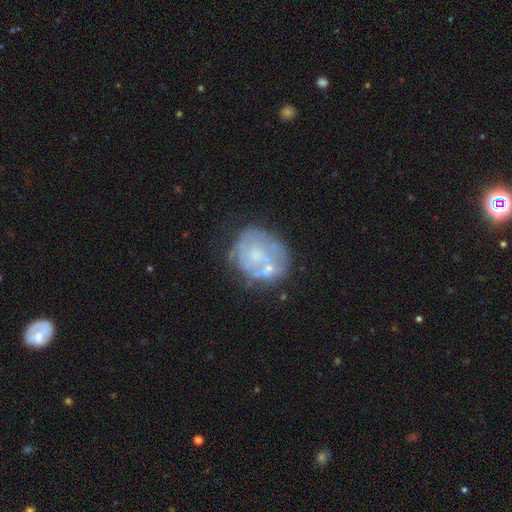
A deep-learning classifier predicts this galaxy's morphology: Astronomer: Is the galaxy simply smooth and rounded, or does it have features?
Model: featured or disk — 63%.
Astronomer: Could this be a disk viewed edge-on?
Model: no — 98%.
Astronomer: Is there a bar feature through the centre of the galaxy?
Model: no — 82%.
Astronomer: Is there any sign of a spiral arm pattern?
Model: no — 67%.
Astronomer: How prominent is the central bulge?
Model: small — 36% (runner-up: none, 30%).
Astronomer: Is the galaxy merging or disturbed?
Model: none — 50%.